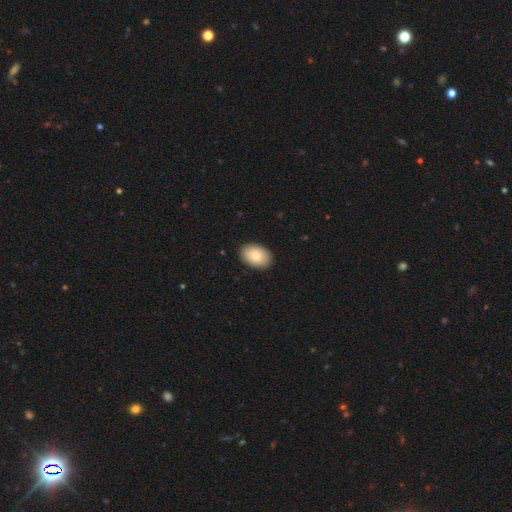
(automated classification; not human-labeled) Overall: smooth (82%). How rounded: in between (87%). Merging: none (89%).